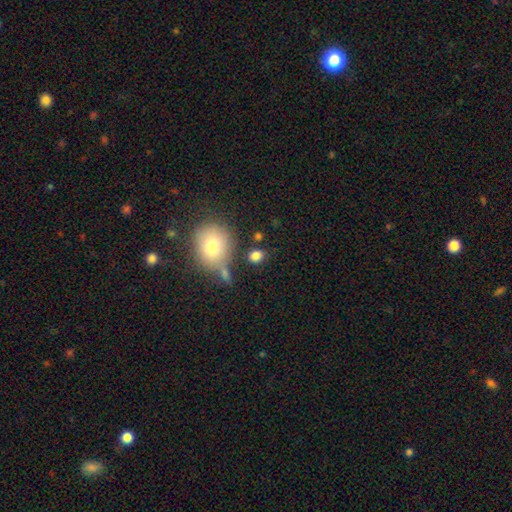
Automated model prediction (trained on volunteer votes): Morphology: type=smooth (82%); roundness=in between (50%); merging=none (74%).